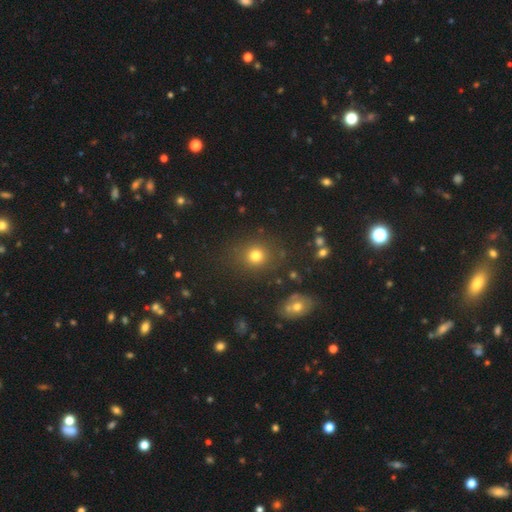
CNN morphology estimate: type=smooth (77%); roundness=round (83%); merging=none (83%).